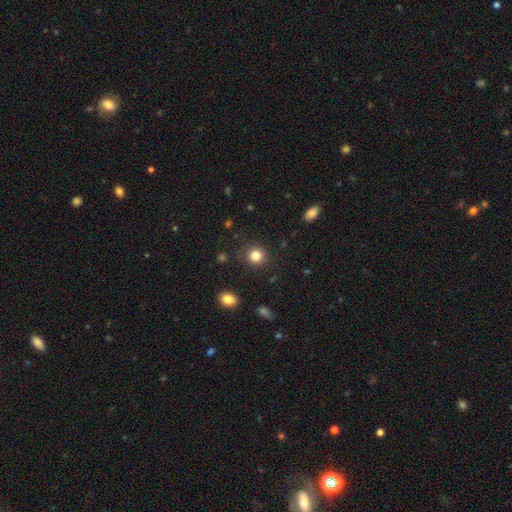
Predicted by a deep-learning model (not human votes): Smooth or featured?
  - smooth: 83% *
  - star or artifact: 11%
  - featured or disk: 6%
How rounded?
  - round: 88% *
  - in between: 11%
  - cigar-shaped: 1%
Merging?
  - none: 86% *
  - minor disturbance: 9%
  - major disturbance: 3%
  - merger: 2%